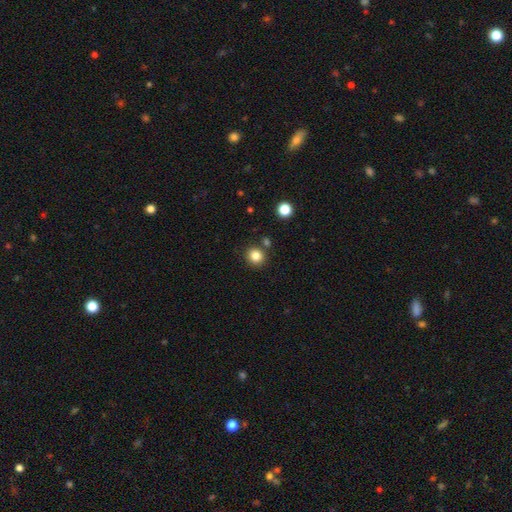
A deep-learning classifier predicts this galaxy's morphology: smooth-or-featured: smooth: 83% | star or artifact: 12% | featured or disk: 5%
  how-rounded: round: 88% | in between: 11% | cigar-shaped: 1%
  merging: none: 84% | minor disturbance: 7% | merger: 6% | major disturbance: 2%